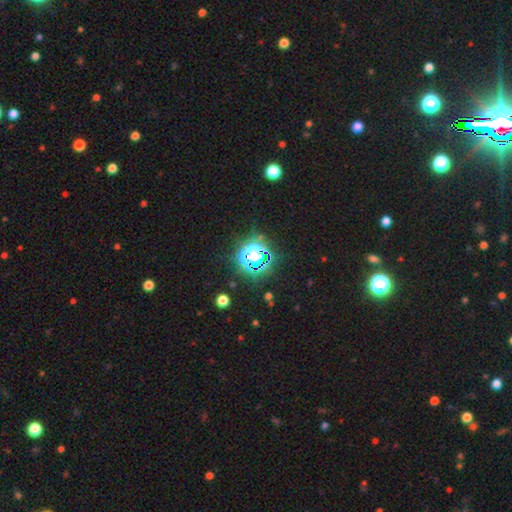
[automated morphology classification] Smooth or featured? Predicted: star or artifact (p=0.77).